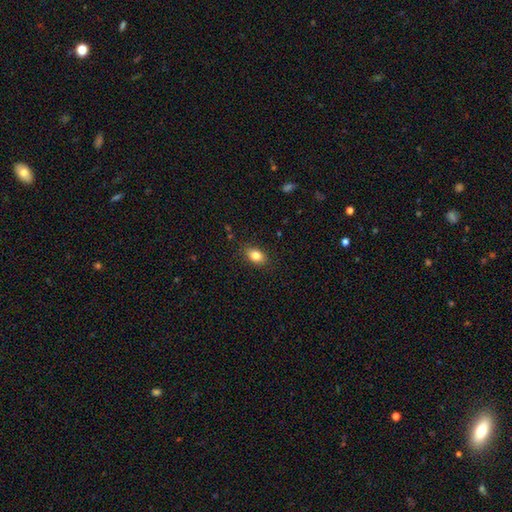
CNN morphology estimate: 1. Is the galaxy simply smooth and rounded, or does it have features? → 83% smooth, 9% star or artifact, 8% featured or disk.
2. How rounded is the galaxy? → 82% in between, 17% round, 2% cigar-shaped.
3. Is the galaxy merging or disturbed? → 85% none, 11% minor disturbance, 3% major disturbance, 1% merger.